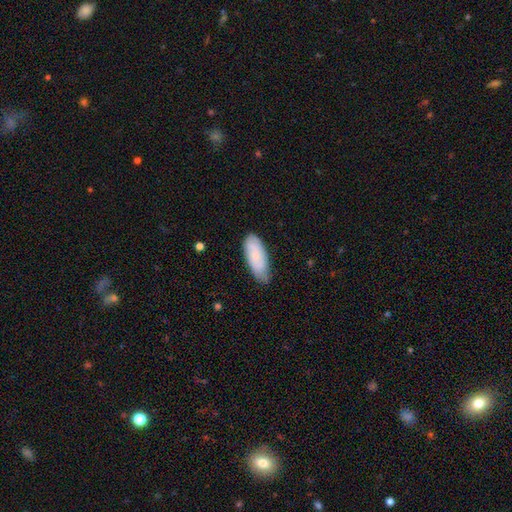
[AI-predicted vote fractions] Smooth or featured? smooth (72%)
How rounded? in between (81%)
Merging? none (67%)